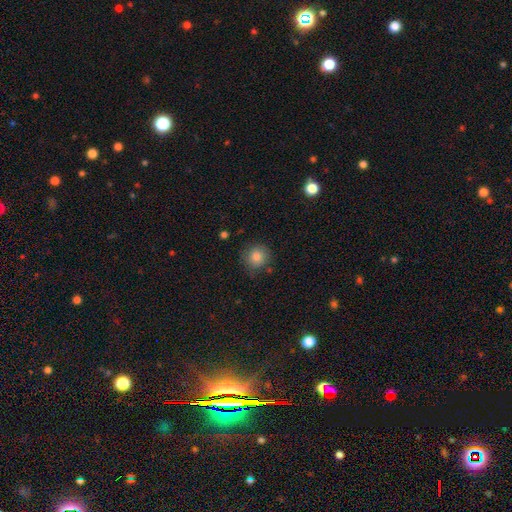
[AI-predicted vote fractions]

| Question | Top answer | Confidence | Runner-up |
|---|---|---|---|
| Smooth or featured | smooth | 84% | star or artifact (10%) |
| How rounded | round | 91% | in between (8%) |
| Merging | none | 81% | minor disturbance (13%) |